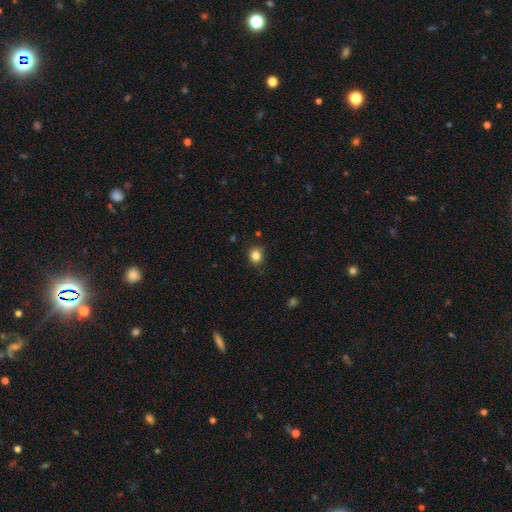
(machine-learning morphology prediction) This is clearly a smooth galaxy (83%). How rounded: likely round (74%). Merging: clearly none (84%).